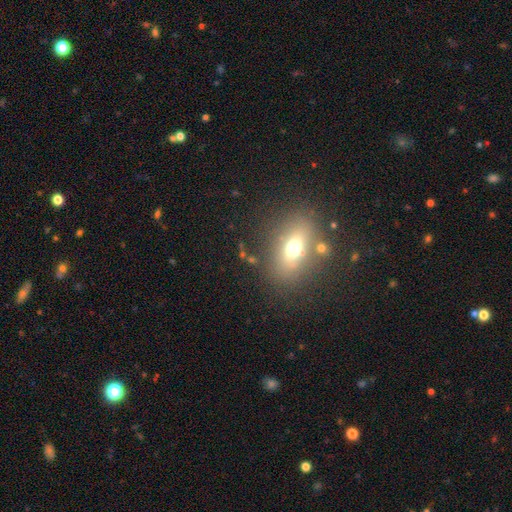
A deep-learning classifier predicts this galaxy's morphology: smooth-or-featured: smooth: 57% | featured or disk: 26% | star or artifact: 18%
  how-rounded: in between: 73% | round: 17% | cigar-shaped: 11%
  merging: none: 79% | minor disturbance: 11% | merger: 6% | major disturbance: 5%